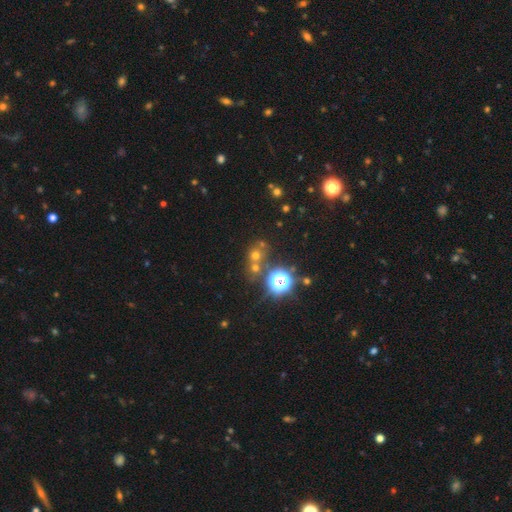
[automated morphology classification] smooth_or_featured: smooth (p=0.47) [alt: star or artifact p=0.42]
merging: none (p=0.59) [alt: merger p=0.27]